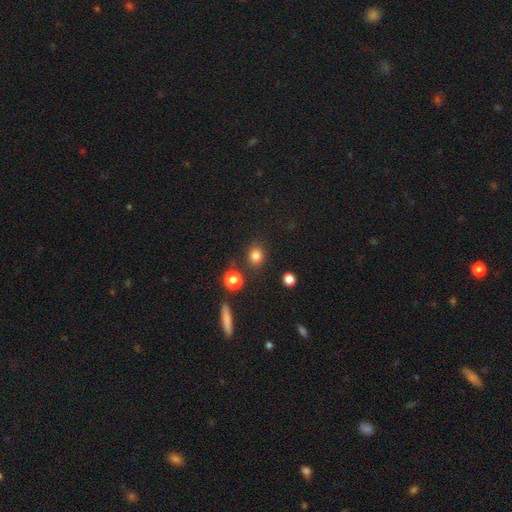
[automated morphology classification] type=smooth (82%); roundness=round (72%); merging=none (81%).